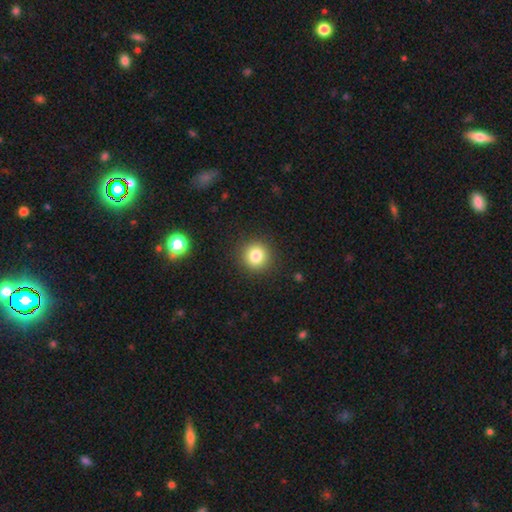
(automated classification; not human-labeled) smooth-or-featured: smooth: 82% | star or artifact: 11% | featured or disk: 7%
  how-rounded: round: 93% | in between: 6% | cigar-shaped: 1%
  merging: none: 91% | minor disturbance: 6% | major disturbance: 2% | merger: 1%